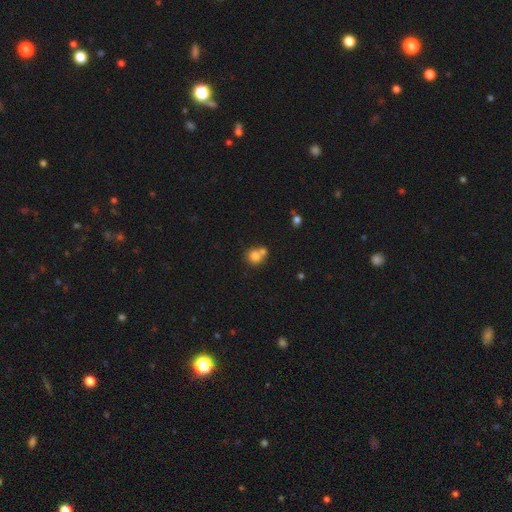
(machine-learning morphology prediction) This appears to be a smooth galaxy with no disk features (78%) that is round (81%). Merging: merger (44%).